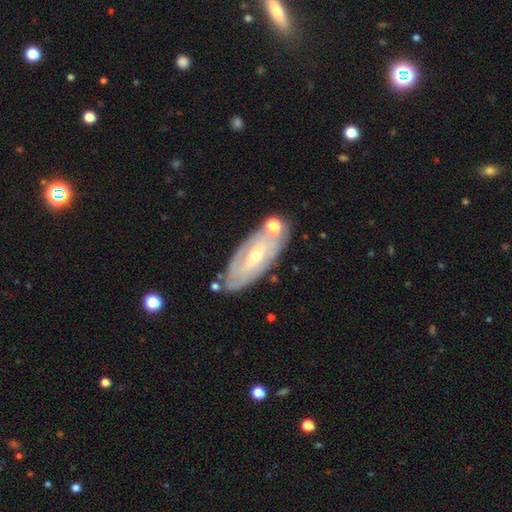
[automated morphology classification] The model was most divided on "bulge size": small: 58%, moderate: 39%, large: 1%, none: 1%, dominant: 1%. More confident: edge-on disk — no (87%); merging — none (73%); smooth or featured — featured or disk (73%); spiral arms — yes (72%); bar — no (53%).